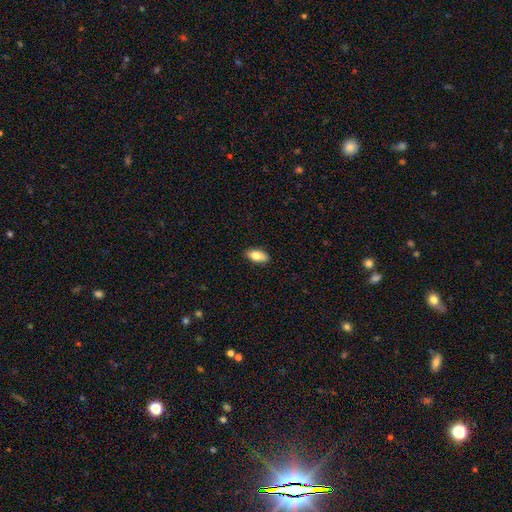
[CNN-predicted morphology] Overall: smooth (79%). How rounded: in between (89%). Merging: none (87%).